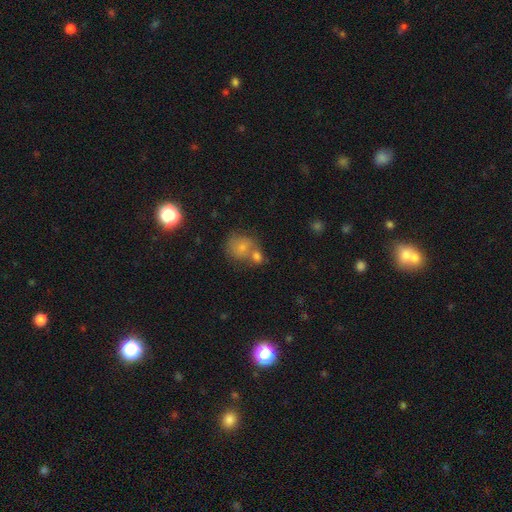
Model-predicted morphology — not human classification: A smooth galaxy with no disk features (62%) that is round (74%).

Vote fractions:
- Smooth or featured? smooth: 62% / star or artifact: 22% / featured or disk: 16%
- How rounded? round: 74% / in between: 25% / cigar-shaped: 2%
- Merging? none: 47% / merger: 38% / minor disturbance: 10% / major disturbance: 5%